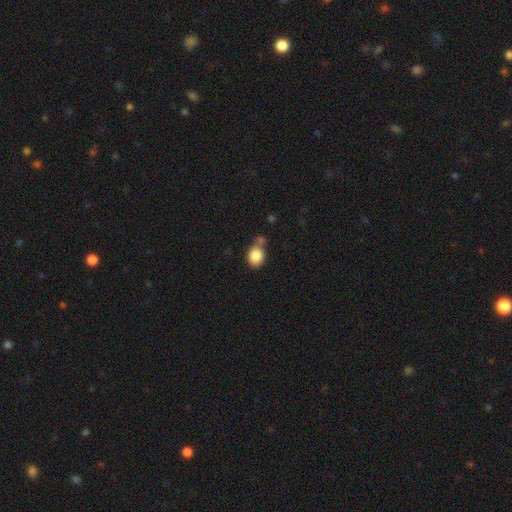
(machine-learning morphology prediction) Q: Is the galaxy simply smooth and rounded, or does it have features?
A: smooth — 86%.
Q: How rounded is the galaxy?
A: round — 57%.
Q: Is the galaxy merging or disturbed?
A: none — 56%.